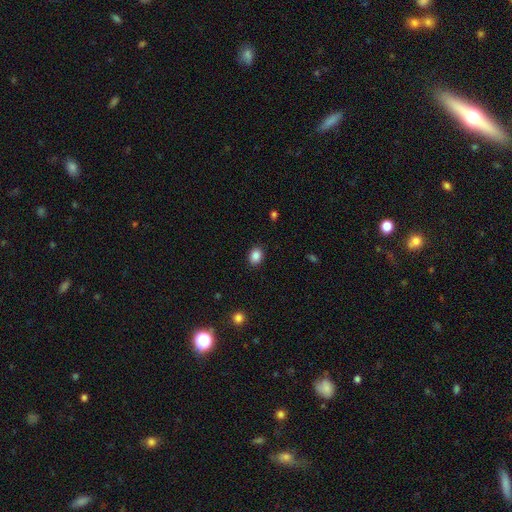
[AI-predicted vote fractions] Smooth or featured?
  - smooth: 87% *
  - star or artifact: 9%
  - featured or disk: 4%
How rounded?
  - in between: 61% *
  - round: 39%
  - cigar-shaped: 1%
Merging?
  - none: 89% *
  - minor disturbance: 8%
  - major disturbance: 2%
  - merger: 1%